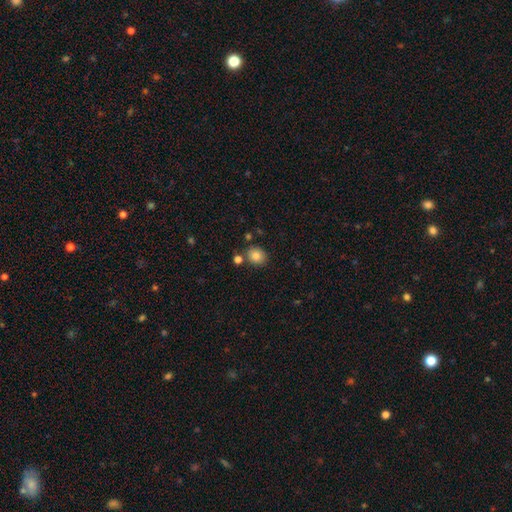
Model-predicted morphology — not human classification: A smooth galaxy with no disk features (83%) that is round (71%).

Vote fractions:
- Smooth or featured? smooth: 83% / star or artifact: 10% / featured or disk: 7%
- How rounded? round: 71% / in between: 29% / cigar-shaped: 1%
- Merging? none: 79% / minor disturbance: 10% / merger: 9% / major disturbance: 3%